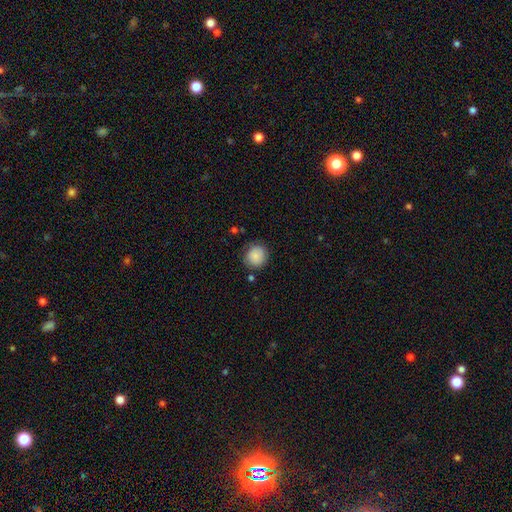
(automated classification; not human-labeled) smooth 87%, star or artifact 8%, featured or disk 5%. Down the decision tree: how rounded — round (87%); merging — none (80%).